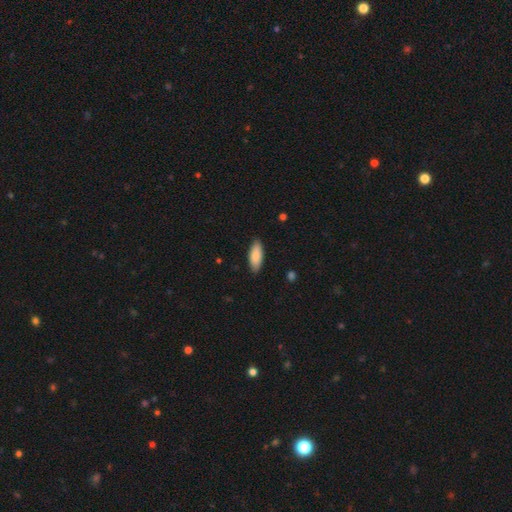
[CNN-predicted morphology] A smooth galaxy with no disk features (88%) that is in between round and cigar-shaped (77%).

Vote fractions:
- Smooth or featured? smooth: 88% / featured or disk: 7% / star or artifact: 6%
- How rounded? in between: 77% / cigar-shaped: 22% / round: 2%
- Merging? none: 87% / minor disturbance: 10% / major disturbance: 2% / merger: 1%